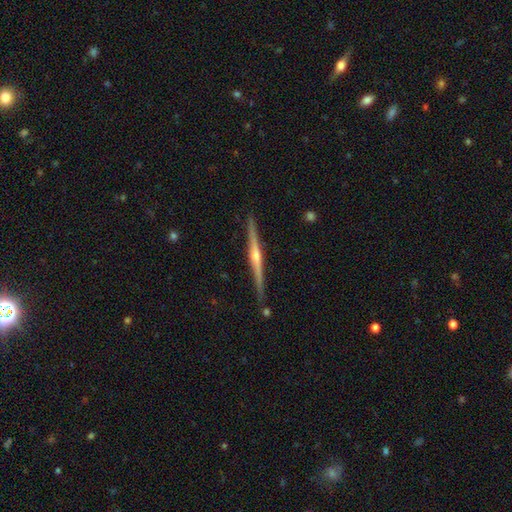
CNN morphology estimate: The model was most divided on "edge-on bulge": rounded: 84%, none: 9%, boxy: 6%. More confident: edge-on disk — yes (99%); merging — none (91%); smooth or featured — featured or disk (85%).